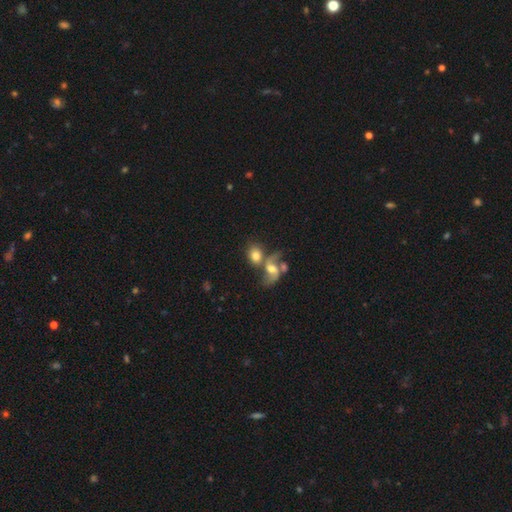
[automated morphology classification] Smooth or featured? smooth (60%)
How rounded? in between (49%, tied with round)
Merging? merger (50%)